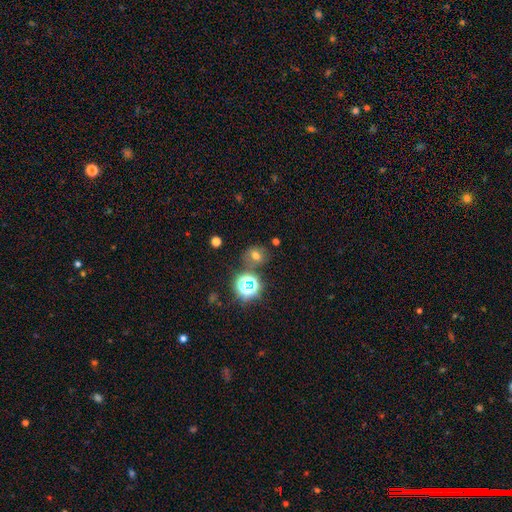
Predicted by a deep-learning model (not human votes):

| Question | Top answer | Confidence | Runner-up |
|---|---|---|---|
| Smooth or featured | smooth | 60% | star or artifact (29%) |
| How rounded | round | 67% | in between (31%) |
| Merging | none | 72% | minor disturbance (14%) |